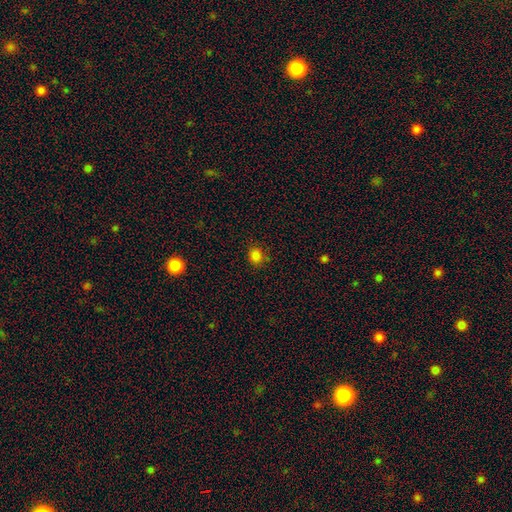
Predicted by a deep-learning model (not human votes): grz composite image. It shows a smooth galaxy with no disk features (81%) that is round (71%). Merging: none (83%).